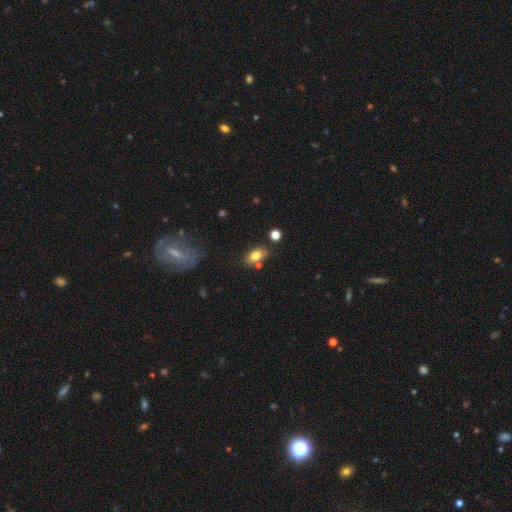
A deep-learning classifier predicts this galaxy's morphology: smooth 79%, featured or disk 12%, star or artifact 9%. Down the decision tree: how rounded — in between (86%); merging — none (68%).